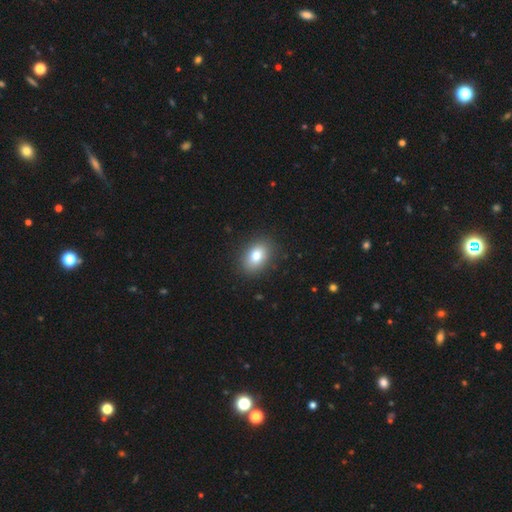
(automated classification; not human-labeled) smooth-or-featured: smooth: 81% | featured or disk: 10% | star or artifact: 9%
  how-rounded: in between: 75% | round: 24% | cigar-shaped: 1%
  merging: none: 87% | minor disturbance: 9% | major disturbance: 3% | merger: 1%